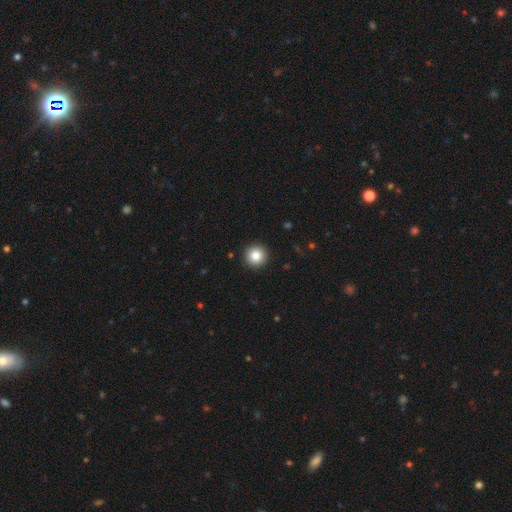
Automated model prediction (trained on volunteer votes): Overall: smooth (83%). How rounded: round (96%). Merging: none (93%).